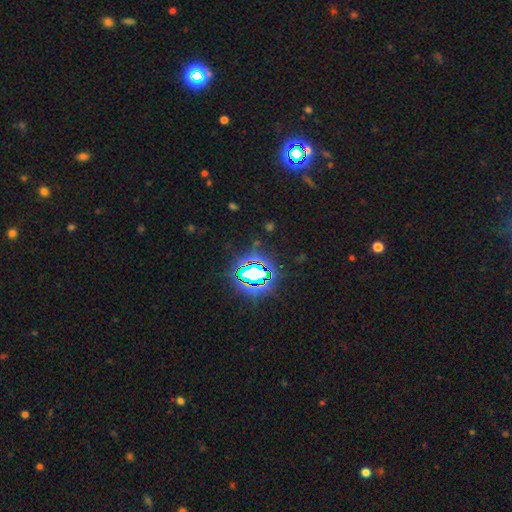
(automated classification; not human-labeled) This appears to be a star or artifact, not a galaxy (83%).